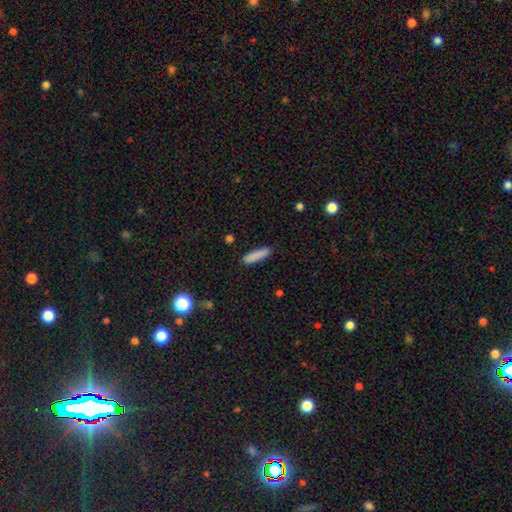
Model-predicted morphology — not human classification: Q: Smooth or featured?
A: smooth (86%); runner-up: star or artifact (7%)
Q: How rounded?
A: cigar-shaped (74%); runner-up: in between (25%)
Q: Merging?
A: none (85%); runner-up: minor disturbance (11%)